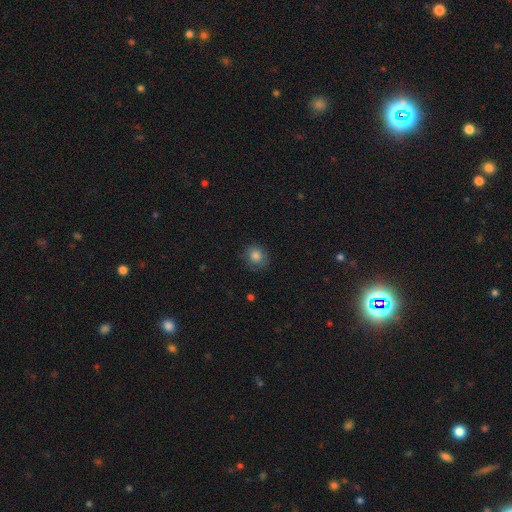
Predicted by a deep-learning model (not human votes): The model was most divided on "how rounded": round: 75%, in between: 24%, cigar-shaped: 1%. More confident: merging — none (81%); smooth or featured — smooth (81%).